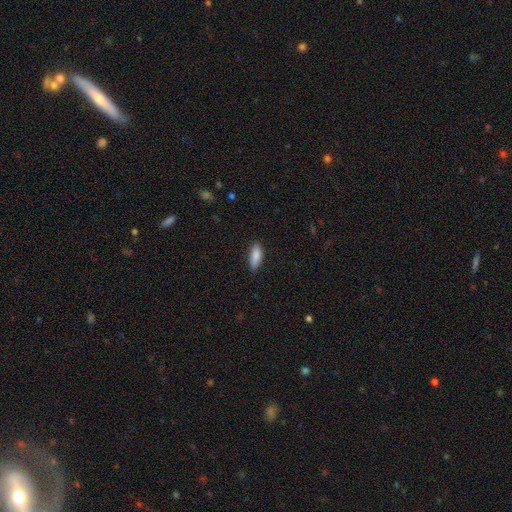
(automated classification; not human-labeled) Q: Smooth or featured?
A: smooth (87%); runner-up: featured or disk (7%)
Q: How rounded?
A: in between (69%); runner-up: cigar-shaped (29%)
Q: Merging?
A: none (85%); runner-up: minor disturbance (12%)